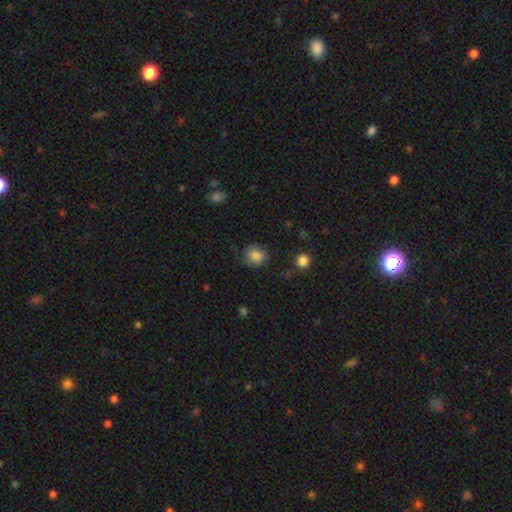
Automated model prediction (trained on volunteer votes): smooth 85%, star or artifact 9%, featured or disk 6%. Down the decision tree: how rounded — round (71%); merging — none (72%).